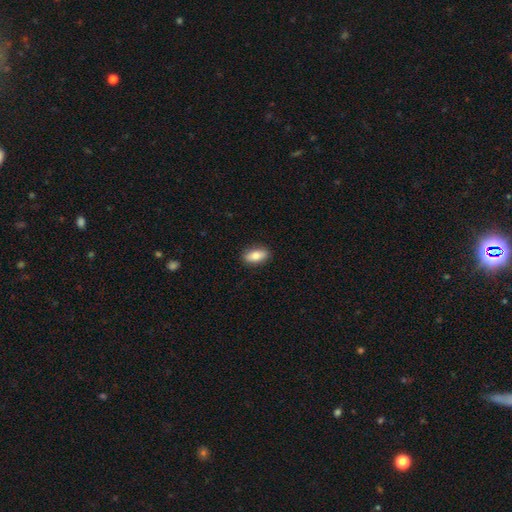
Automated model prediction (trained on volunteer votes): Morphology: type=smooth (81%); roundness=in between (88%); merging=none (89%).